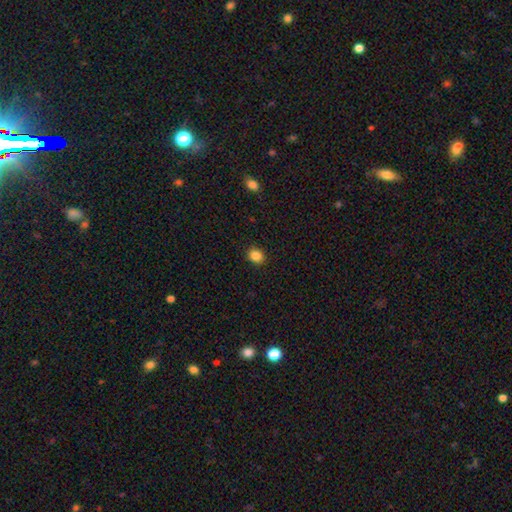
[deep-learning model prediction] Smooth or featured: smooth — 86% (star or artifact — 11%)
How rounded: round — 60% (in between — 39%)
Merging: none — 91% (minor disturbance — 6%)